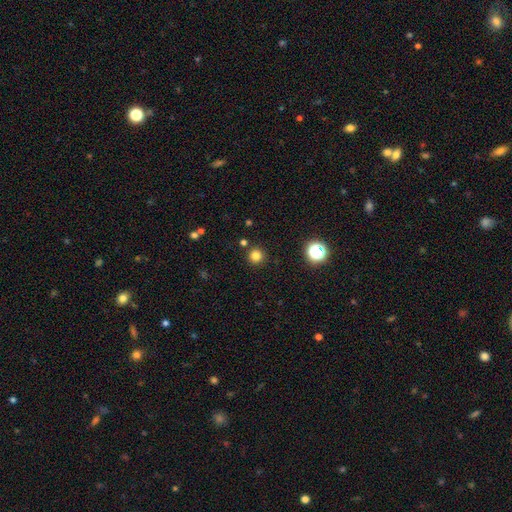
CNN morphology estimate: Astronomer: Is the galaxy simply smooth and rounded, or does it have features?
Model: smooth — 79%.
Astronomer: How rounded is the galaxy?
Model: round — 95%.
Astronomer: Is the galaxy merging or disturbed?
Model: none — 89%.